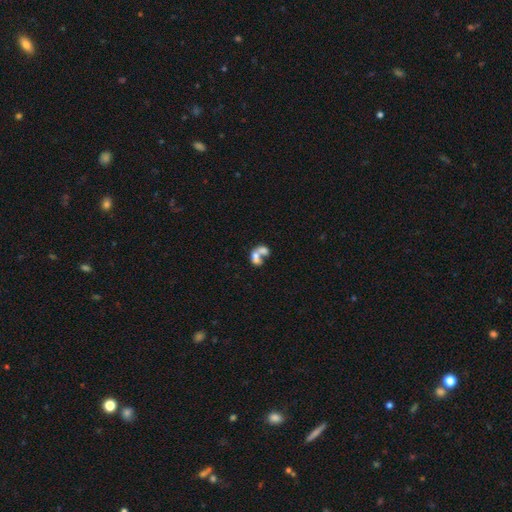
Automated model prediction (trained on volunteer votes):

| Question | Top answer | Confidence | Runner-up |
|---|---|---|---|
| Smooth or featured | smooth | 61% | featured or disk (29%) |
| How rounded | in between | 74% | round (24%) |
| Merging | merger | 74% | none (14%) |